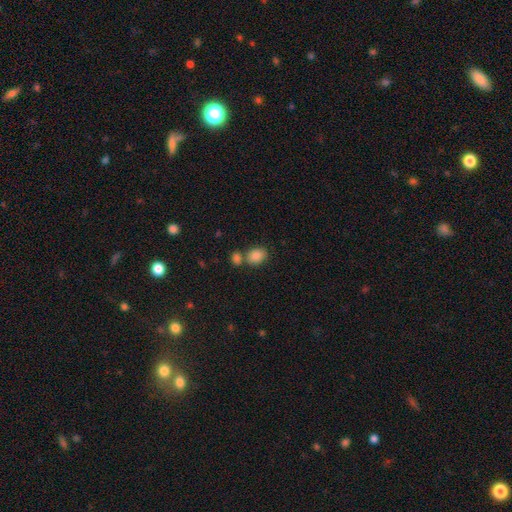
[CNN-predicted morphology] Smooth or featured: smooth — 86% (star or artifact — 9%)
How rounded: in between — 59% (round — 40%)
Merging: none — 55% (merger — 31%)